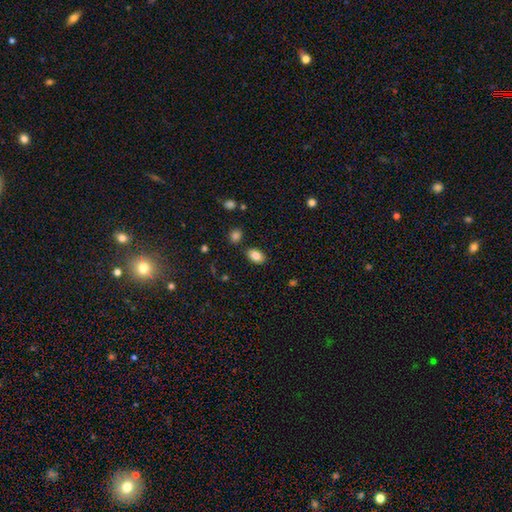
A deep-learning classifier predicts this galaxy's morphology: smooth_or_featured: smooth (p=0.85) [alt: star or artifact p=0.08]
how_rounded: in between (p=0.89) [alt: round p=0.09]
merging: none (p=0.84) [alt: minor disturbance p=0.10]